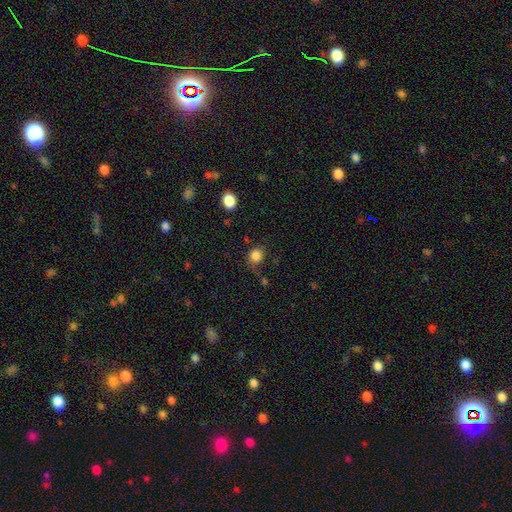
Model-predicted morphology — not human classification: This is clearly a smooth galaxy (84%). How rounded: likely round (79%). Merging: likely none (67%).